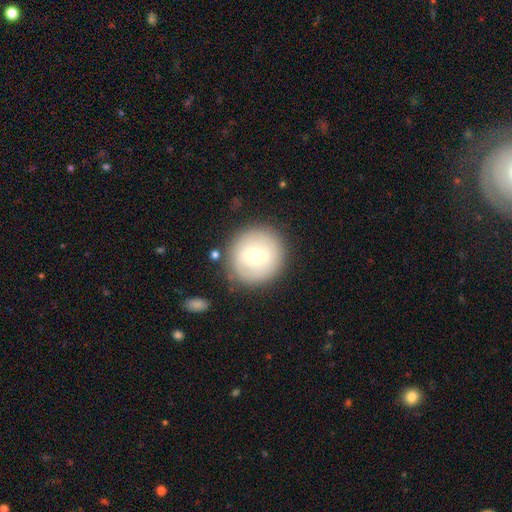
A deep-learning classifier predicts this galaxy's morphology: smooth_or_featured: smooth (p=0.46) [tied with: featured or disk p=0.46]
merging: none (p=0.83) [alt: minor disturbance p=0.10]